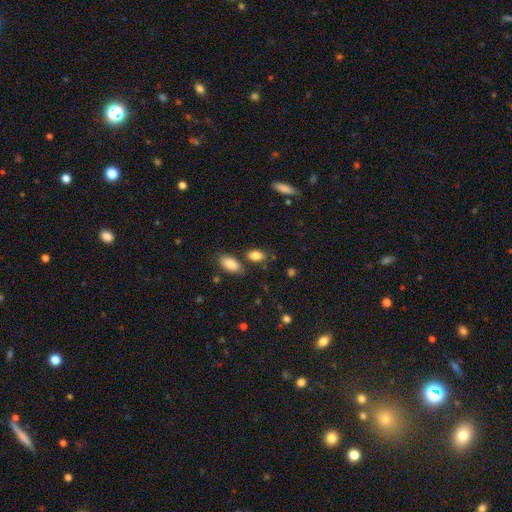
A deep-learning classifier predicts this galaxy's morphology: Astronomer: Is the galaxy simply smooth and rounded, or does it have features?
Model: smooth — 86%.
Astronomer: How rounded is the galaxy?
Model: in between — 86%.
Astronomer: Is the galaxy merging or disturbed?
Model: none — 73%.